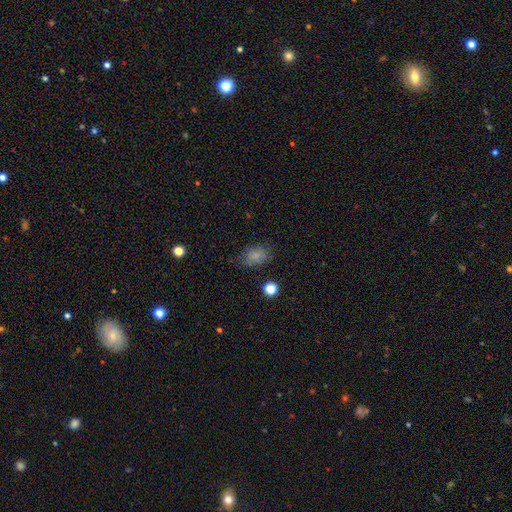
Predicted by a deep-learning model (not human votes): Smooth or featured: smooth — 80% (star or artifact — 10%)
How rounded: in between — 78% (round — 21%)
Merging: none — 73% (minor disturbance — 19%)